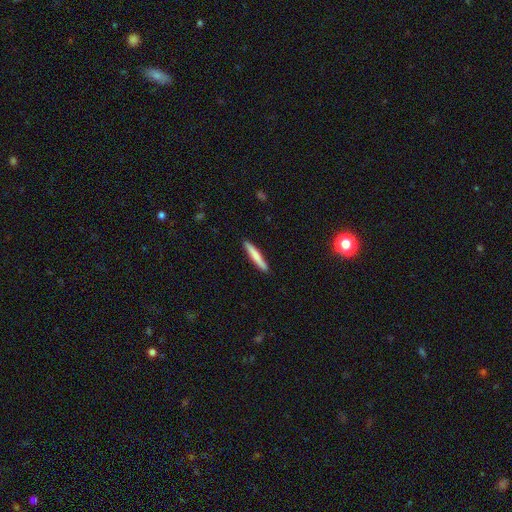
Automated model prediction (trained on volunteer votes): A smooth galaxy with no disk features (73%) that is cigar-shaped (94%).

Vote fractions:
- Smooth or featured? smooth: 73% / featured or disk: 22% / star or artifact: 5%
- How rounded? cigar-shaped: 94% / in between: 4% / round: 1%
- Merging? none: 91% / minor disturbance: 6% / major disturbance: 1% / merger: 1%